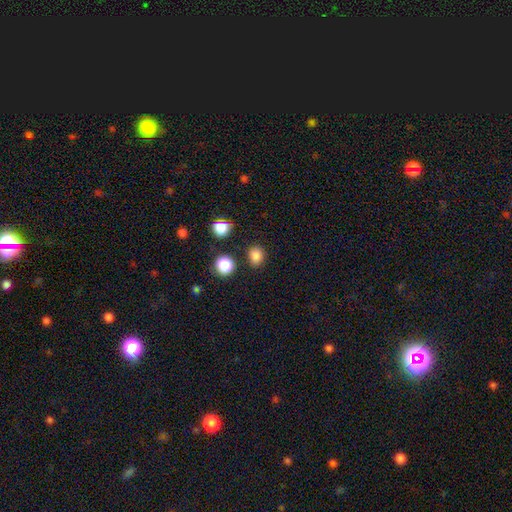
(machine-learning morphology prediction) smooth-or-featured: smooth: 82% | star or artifact: 14% | featured or disk: 4%
  how-rounded: round: 55% | in between: 44% | cigar-shaped: 1%
  merging: none: 81% | minor disturbance: 11% | merger: 4% | major disturbance: 4%